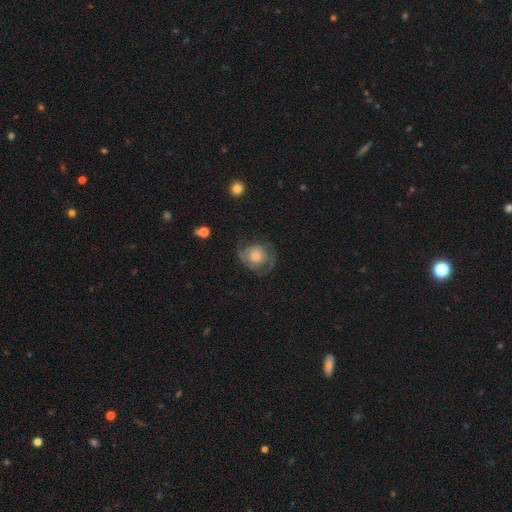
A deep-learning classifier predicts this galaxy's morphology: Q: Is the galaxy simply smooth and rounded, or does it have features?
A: featured or disk — 60%.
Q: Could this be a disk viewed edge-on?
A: no — 97%.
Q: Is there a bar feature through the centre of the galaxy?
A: no — 82%.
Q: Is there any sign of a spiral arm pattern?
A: yes — 80%.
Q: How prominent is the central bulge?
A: small — 33%.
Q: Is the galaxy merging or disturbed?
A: none — 60%.